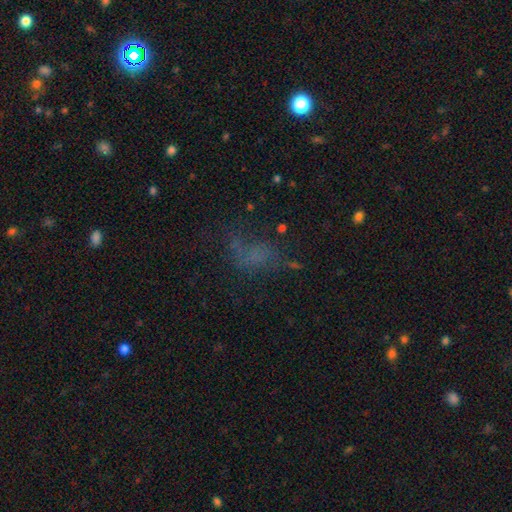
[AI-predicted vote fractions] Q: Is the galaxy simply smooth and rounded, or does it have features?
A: smooth — 44%.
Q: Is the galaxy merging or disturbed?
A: none — 42%.